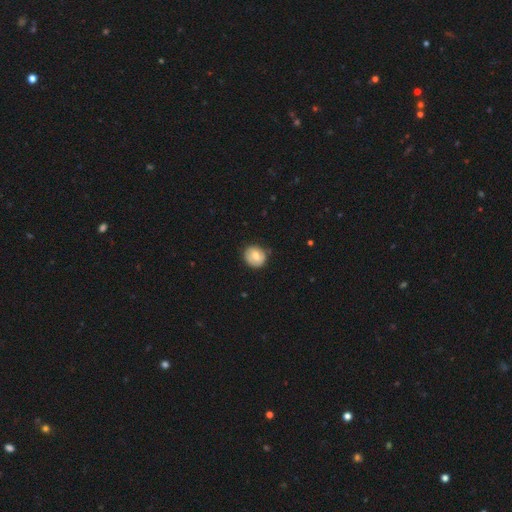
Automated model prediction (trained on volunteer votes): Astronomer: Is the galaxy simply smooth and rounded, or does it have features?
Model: smooth — 61%.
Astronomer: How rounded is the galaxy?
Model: round — 84%.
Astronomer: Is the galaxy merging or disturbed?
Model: none — 76%.